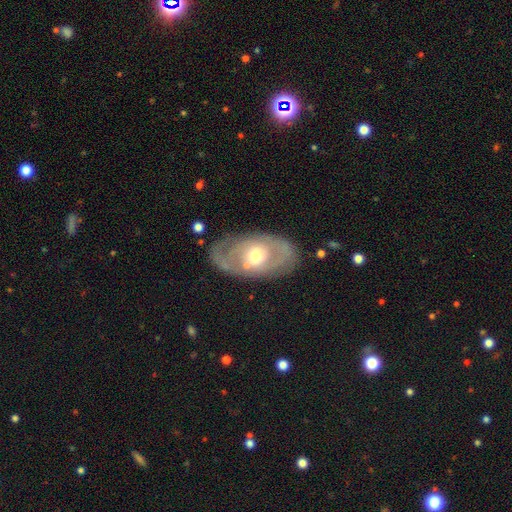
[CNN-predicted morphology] featured or disk 64%, smooth 30%, star or artifact 6%. Down the decision tree: edge-on disk — no (91%); bar — no (71%); spiral arms — no (57%); bulge size — moderate (64%); merging — none (76%).